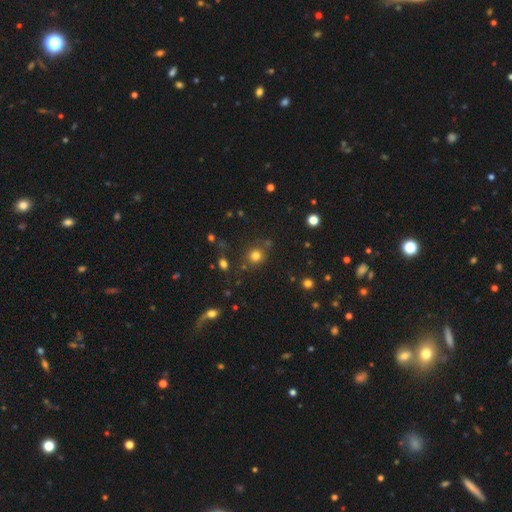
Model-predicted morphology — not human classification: smooth 77%, star or artifact 16%, featured or disk 7%. Down the decision tree: how rounded — round (87%); merging — none (78%).